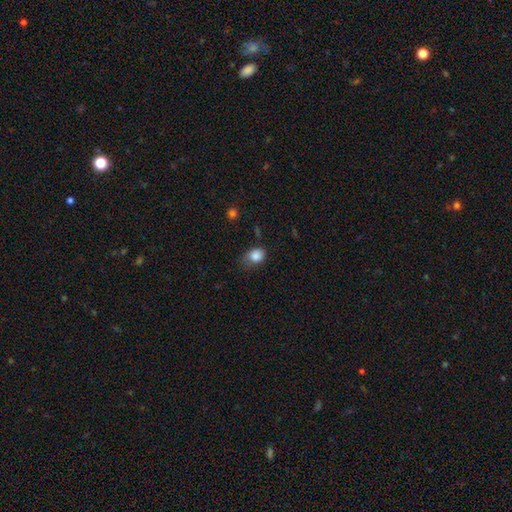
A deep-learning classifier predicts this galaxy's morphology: This appears to be a smooth galaxy with no disk features (85%) that is in between round and cigar-shaped (56%). Merging: none (47%).